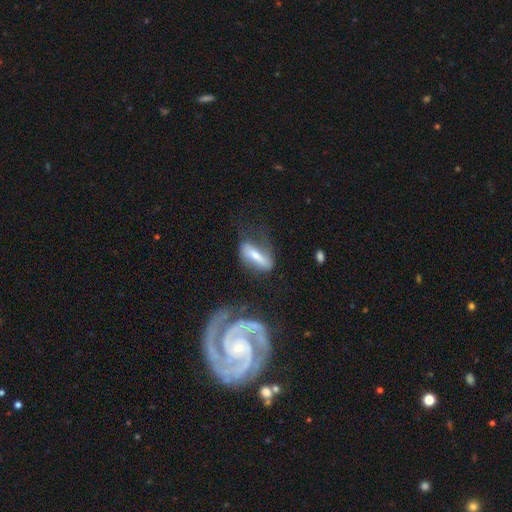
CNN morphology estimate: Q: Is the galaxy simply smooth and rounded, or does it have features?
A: smooth — 53%.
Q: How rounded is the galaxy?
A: in between — 53%.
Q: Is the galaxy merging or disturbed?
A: none — 44%.